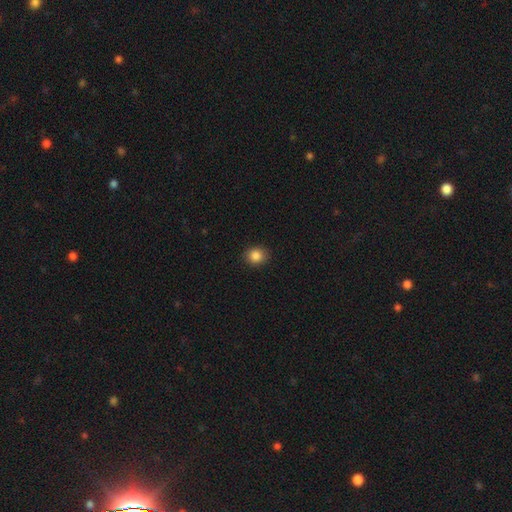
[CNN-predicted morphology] The model was most divided on "how rounded": round: 69%, in between: 30%, cigar-shaped: 1%. More confident: merging — none (88%); smooth or featured — smooth (86%).